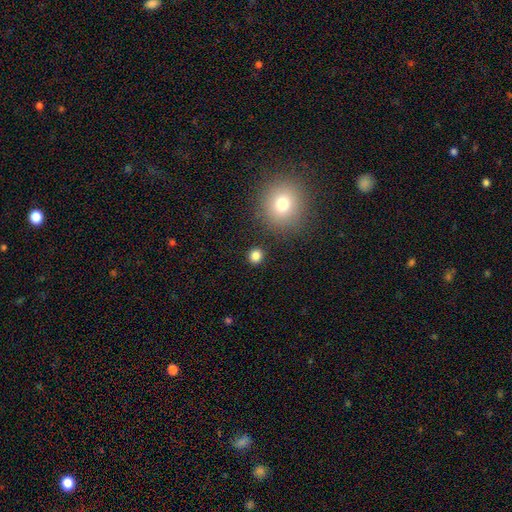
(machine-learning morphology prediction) Smooth or featured? smooth (83%)
How rounded? round (85%)
Merging? none (88%)